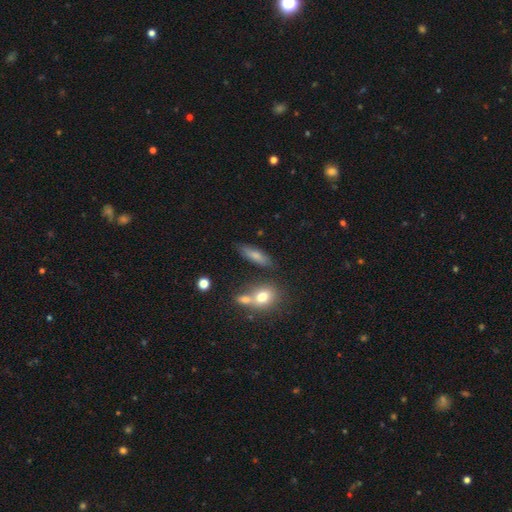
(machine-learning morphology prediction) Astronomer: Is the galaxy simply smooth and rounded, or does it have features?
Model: smooth — 71%.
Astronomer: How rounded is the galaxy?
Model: cigar-shaped — 55% (runner-up: in between, 40%).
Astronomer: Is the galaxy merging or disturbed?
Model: none — 75%.